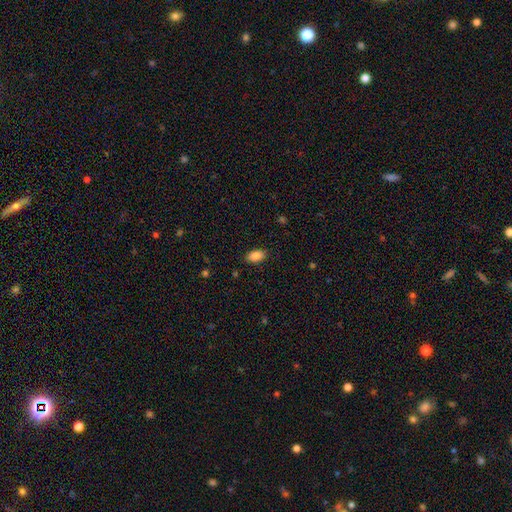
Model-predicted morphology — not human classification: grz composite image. It shows a smooth galaxy with no disk features (86%) that is in between round and cigar-shaped (92%). Merging: none (88%).